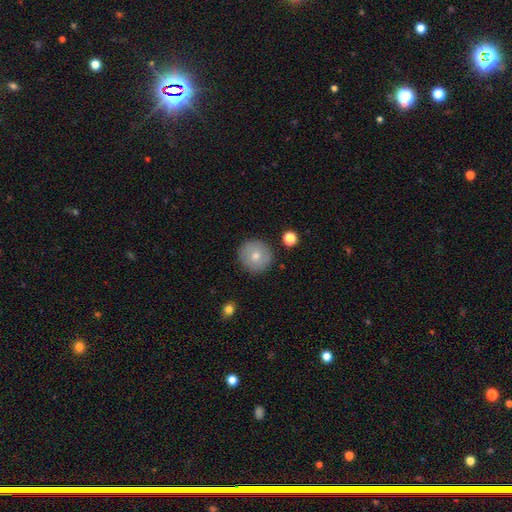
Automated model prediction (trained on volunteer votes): Overall: smooth (71%). How rounded: round (94%). Merging: none (88%).